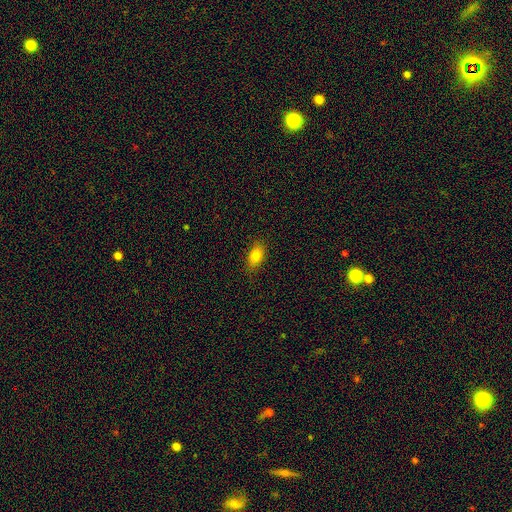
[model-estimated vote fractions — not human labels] A smooth galaxy with no disk features (80%) that is in between round and cigar-shaped (84%).

Vote fractions:
- Smooth or featured? smooth: 80% / featured or disk: 10% / star or artifact: 10%
- How rounded? in between: 84% / round: 11% / cigar-shaped: 5%
- Merging? none: 85% / minor disturbance: 12% / major disturbance: 3% / merger: 1%